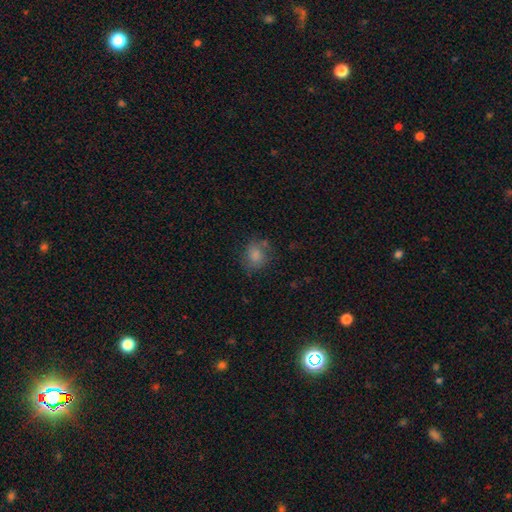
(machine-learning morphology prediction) A smooth galaxy with no disk features (69%) that is round (68%).

Vote fractions:
- Smooth or featured? smooth: 69% / star or artifact: 19% / featured or disk: 12%
- How rounded? round: 68% / in between: 30% / cigar-shaped: 1%
- Merging? none: 70% / minor disturbance: 18% / major disturbance: 7% / merger: 4%